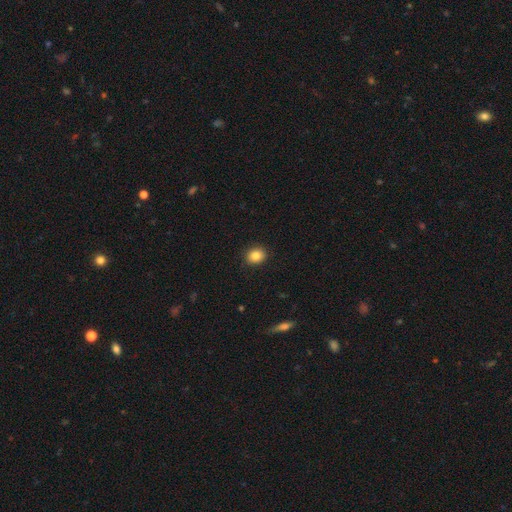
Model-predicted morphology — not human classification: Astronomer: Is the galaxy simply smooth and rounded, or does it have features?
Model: smooth — 84%.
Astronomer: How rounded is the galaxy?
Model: round — 72%.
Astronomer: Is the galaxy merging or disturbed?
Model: none — 90%.